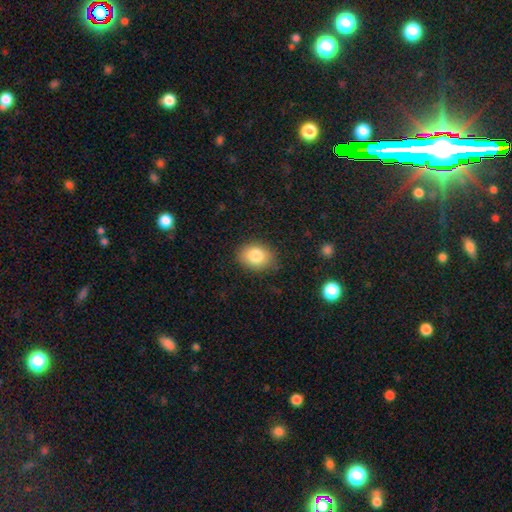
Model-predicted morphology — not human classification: The model was most divided on "how rounded": in between: 60%, round: 39%, cigar-shaped: 1%. More confident: merging — none (83%); smooth or featured — smooth (82%).